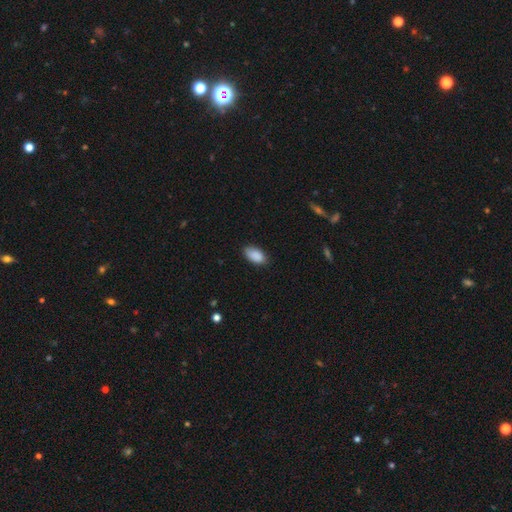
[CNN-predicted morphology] smooth-or-featured: smooth: 89% | star or artifact: 7% | featured or disk: 4%
  how-rounded: in between: 94% | round: 3% | cigar-shaped: 2%
  merging: none: 80% | minor disturbance: 16% | major disturbance: 3% | merger: 1%